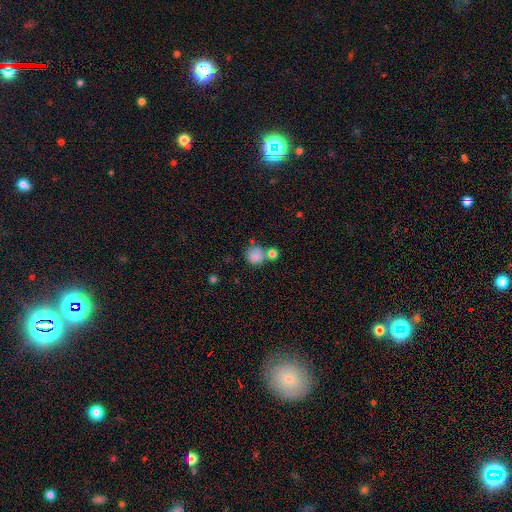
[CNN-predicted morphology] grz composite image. It shows a smooth galaxy with no disk features (79%) that is round (81%). Merging: none (45%).